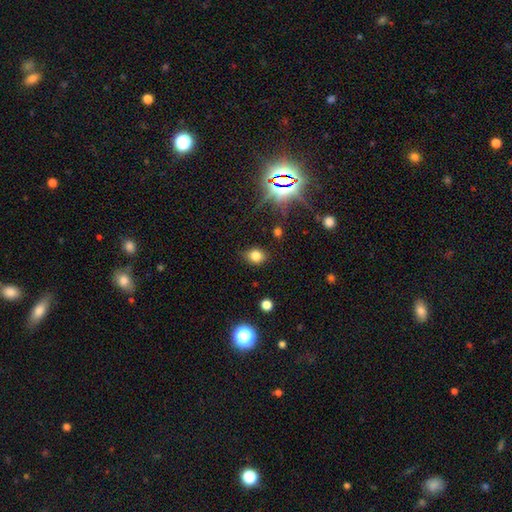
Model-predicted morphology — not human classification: Smooth or featured?
  - smooth: 77% *
  - star or artifact: 16%
  - featured or disk: 7%
How rounded?
  - round: 56% *
  - in between: 43%
  - cigar-shaped: 1%
Merging?
  - none: 81% *
  - minor disturbance: 14%
  - major disturbance: 3%
  - merger: 2%